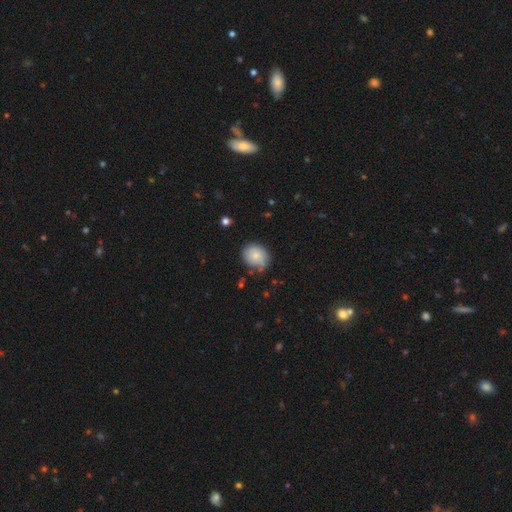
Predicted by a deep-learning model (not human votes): smooth-or-featured: smooth: 74% | featured or disk: 18% | star or artifact: 8%
  how-rounded: round: 59% | in between: 40% | cigar-shaped: 1%
  merging: none: 62% | minor disturbance: 28% | major disturbance: 7% | merger: 3%